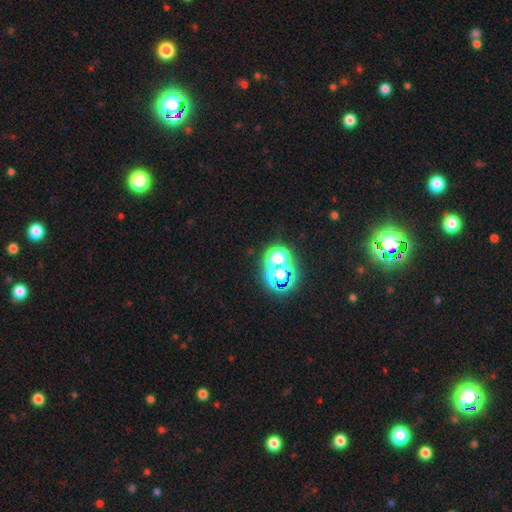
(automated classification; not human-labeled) smooth_or_featured: star or artifact (p=0.66) [alt: smooth p=0.25]